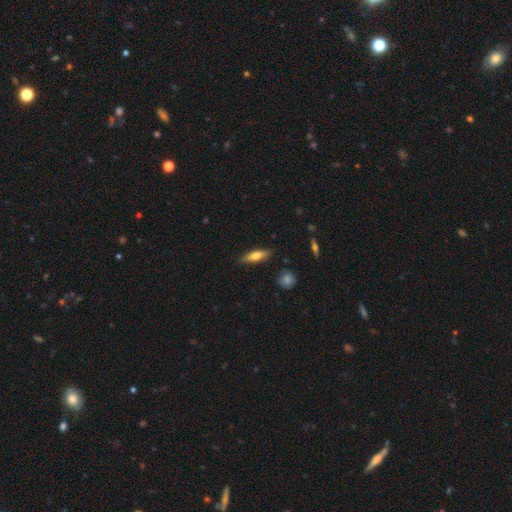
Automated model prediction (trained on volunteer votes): Smooth or featured: smooth — 67% (featured or disk — 27%)
How rounded: cigar-shaped — 57% (in between — 41%)
Merging: none — 85% (minor disturbance — 11%)